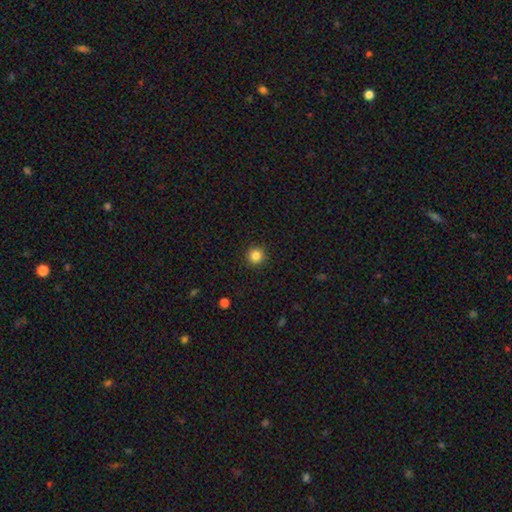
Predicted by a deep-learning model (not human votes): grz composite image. It shows a smooth galaxy with no disk features (85%) that is round (95%). Merging: none (92%).